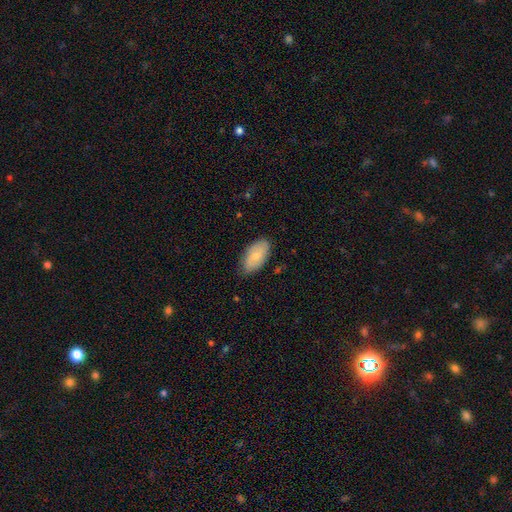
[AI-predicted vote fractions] smooth_or_featured: smooth (p=0.77) [alt: featured or disk p=0.18]
how_rounded: in between (p=0.94) [alt: cigar-shaped p=0.03]
merging: none (p=0.77) [alt: minor disturbance p=0.19]